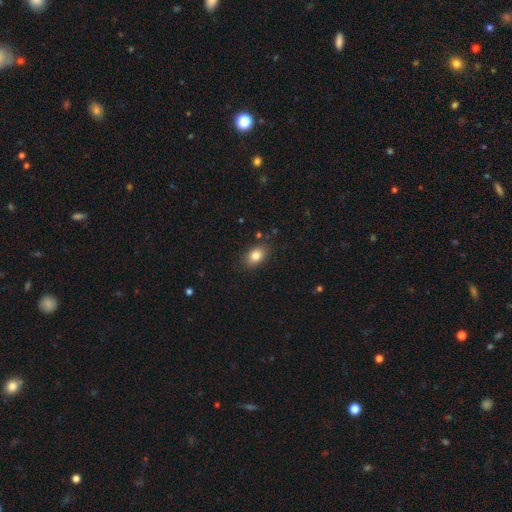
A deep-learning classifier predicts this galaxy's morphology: type=smooth (83%); roundness=in between (81%); merging=none (84%).